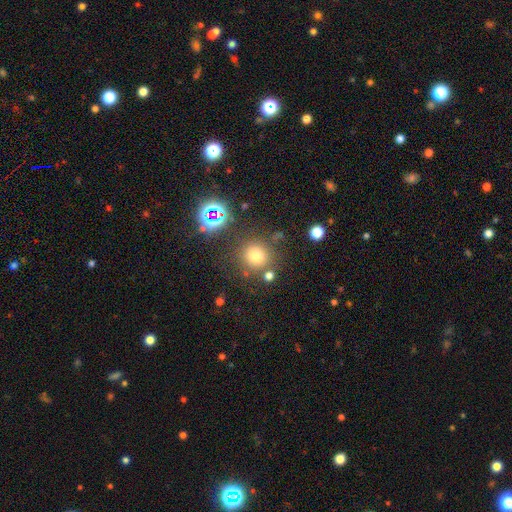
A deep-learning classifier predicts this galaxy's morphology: Smooth or featured: smooth — 71% (star or artifact — 21%)
How rounded: round — 92% (in between — 7%)
Merging: none — 79% (minor disturbance — 9%)